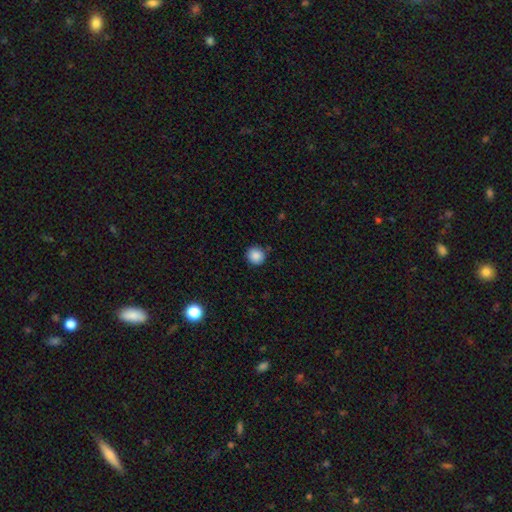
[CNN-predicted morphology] Smooth or featured: smooth — 88% (star or artifact — 9%)
How rounded: round — 92% (in between — 7%)
Merging: none — 88% (minor disturbance — 8%)